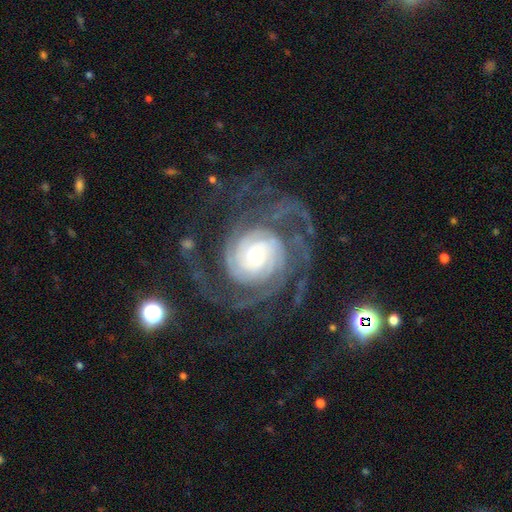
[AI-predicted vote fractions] The model was most divided on "bulge size": small: 47%, moderate: 39%, large: 10%, dominant: 2%, none: 2%. Remaining: spiral arms — yes (98%); edge-on disk — no (98%); smooth or featured — featured or disk (92%); spiral winding — tight (69%); bar — no (67%); merging — none (64%); spiral arm count — 2 (32%).